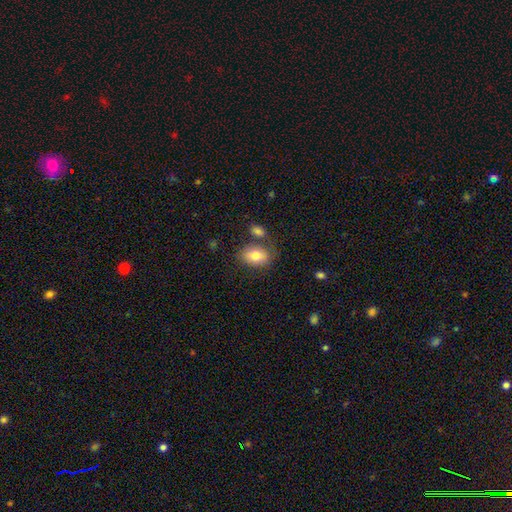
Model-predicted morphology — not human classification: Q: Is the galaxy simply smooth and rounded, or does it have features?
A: smooth — 79%.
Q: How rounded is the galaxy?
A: in between — 83%.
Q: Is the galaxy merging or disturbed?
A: none — 67%.